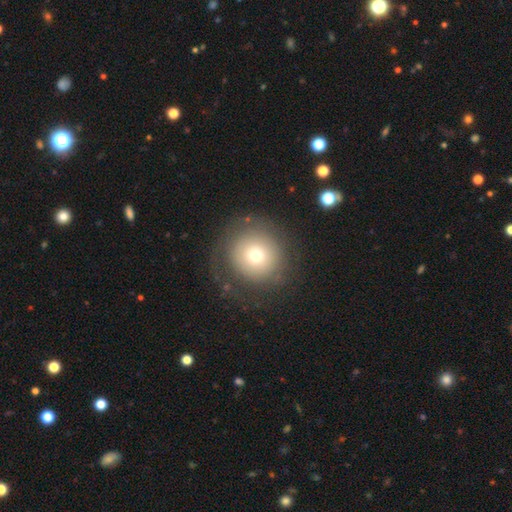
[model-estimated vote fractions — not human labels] smooth-or-featured: smooth: 65% | featured or disk: 23% | star or artifact: 12%
  how-rounded: round: 94% | in between: 5% | cigar-shaped: 1%
  merging: none: 73% | minor disturbance: 14% | major disturbance: 11% | merger: 2%